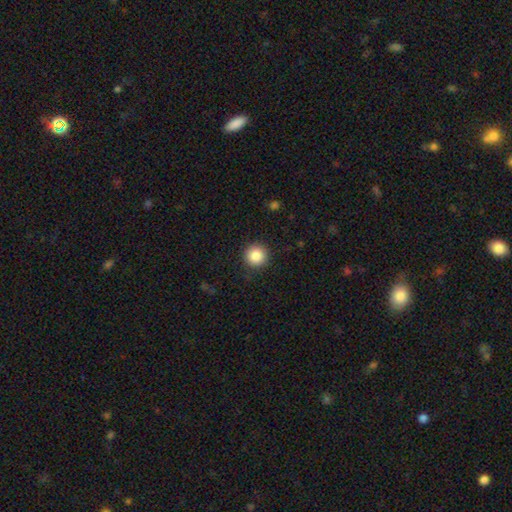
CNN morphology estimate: Overall: smooth (86%). How rounded: round (95%). Merging: none (90%).